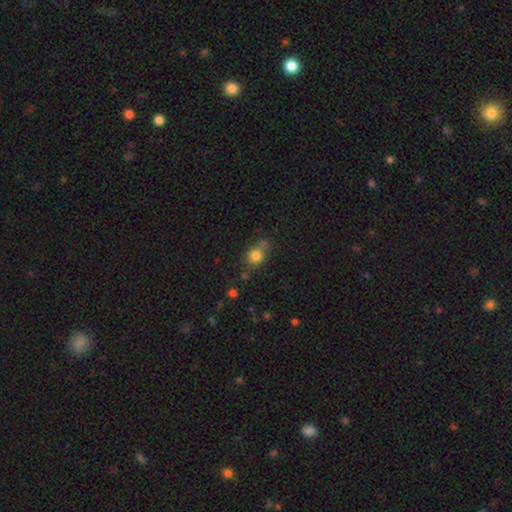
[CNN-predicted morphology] A smooth galaxy with no disk features (80%) that is round (56%). Merging: none (55%).